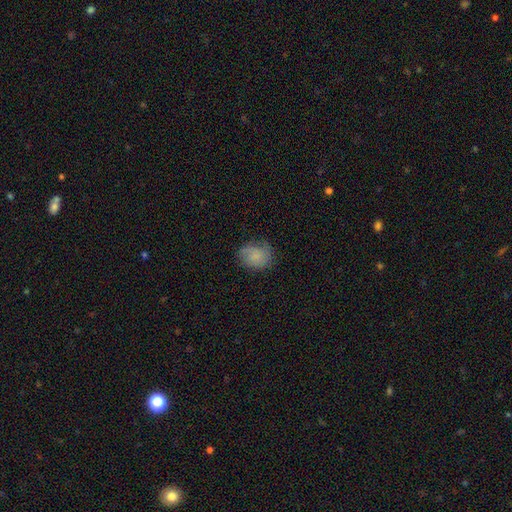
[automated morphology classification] smooth_or_featured: smooth (p=0.71) [alt: featured or disk p=0.20]
how_rounded: round (p=0.55) [alt: in between p=0.44]
merging: none (p=0.65) [alt: minor disturbance p=0.25]